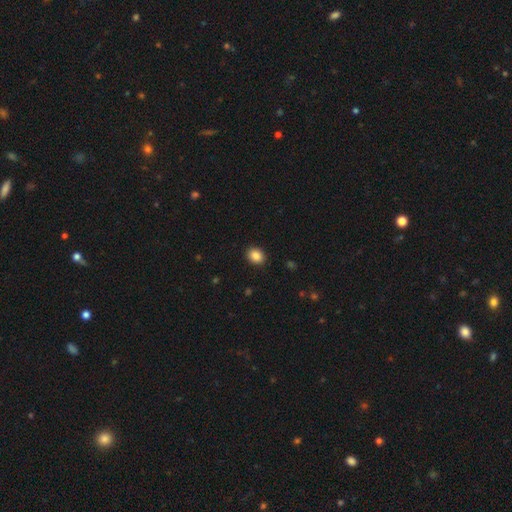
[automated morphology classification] This is clearly a smooth galaxy (87%). How rounded: possibly round (53%). Merging: clearly none (91%).